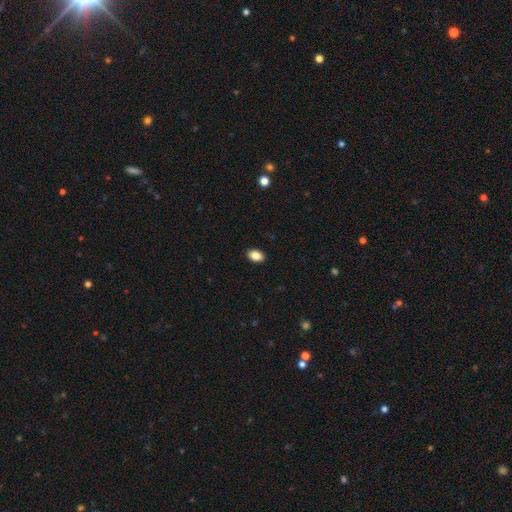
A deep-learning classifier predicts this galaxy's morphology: This appears to be a smooth galaxy with no disk features (86%) that is in between round and cigar-shaped (84%). Merging: none (90%).